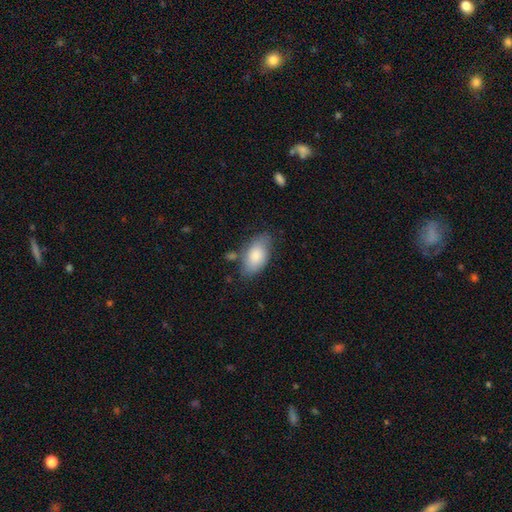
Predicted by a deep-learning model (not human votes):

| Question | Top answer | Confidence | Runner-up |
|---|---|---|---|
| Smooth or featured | smooth | 82% | featured or disk (13%) |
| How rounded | in between | 94% | round (4%) |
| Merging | none | 68% | minor disturbance (22%) |